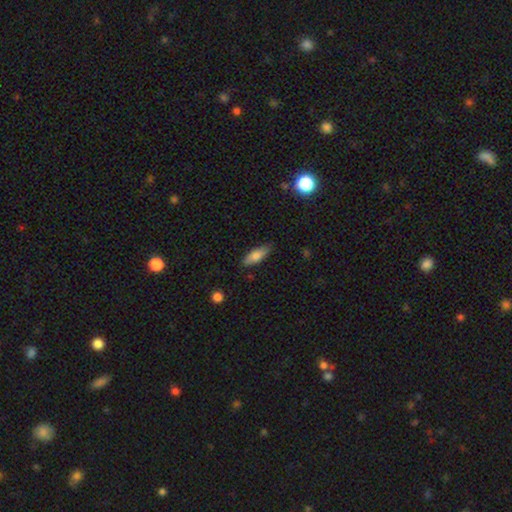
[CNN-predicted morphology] A smooth galaxy with no disk features (76%) that is in between round and cigar-shaped (64%).

Vote fractions:
- Smooth or featured? smooth: 76% / featured or disk: 17% / star or artifact: 7%
- How rounded? in between: 64% / cigar-shaped: 34% / round: 2%
- Merging? none: 82% / minor disturbance: 14% / major disturbance: 2% / merger: 1%